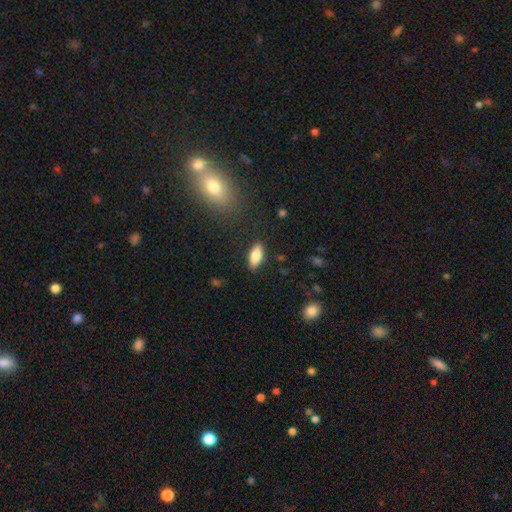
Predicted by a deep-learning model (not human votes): Morphology: type=smooth (78%); roundness=in between (80%); merging=none (85%).